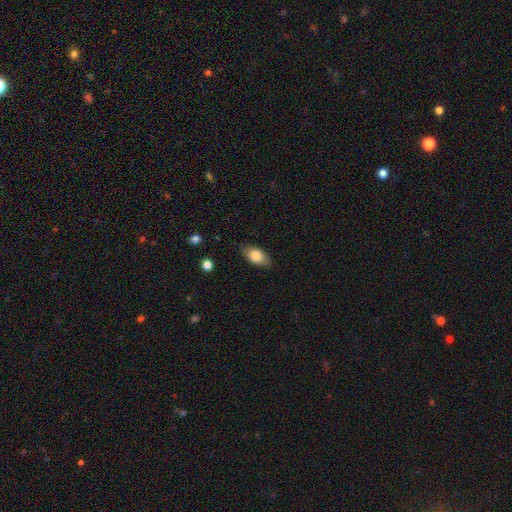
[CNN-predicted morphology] This appears to be a smooth galaxy with no disk features (80%) that is in between round and cigar-shaped (90%). Merging: none (80%).